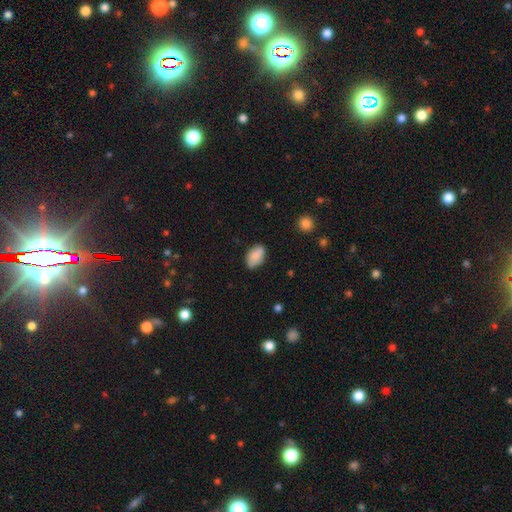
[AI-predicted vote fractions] This appears to be a smooth galaxy with no disk features (84%) that is in between round and cigar-shaped (91%). Merging: none (73%).